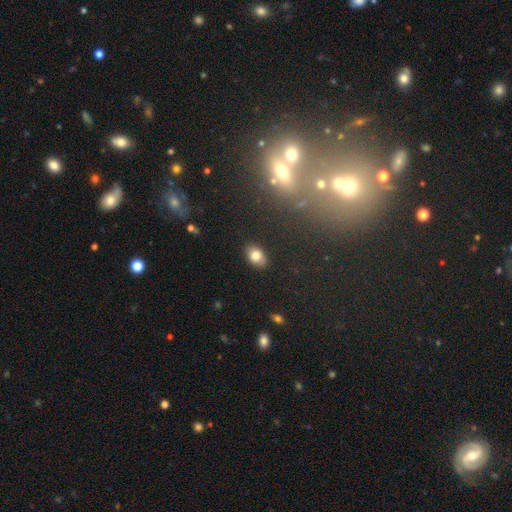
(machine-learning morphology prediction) Smooth or featured? Predicted: smooth (p=0.80). How rounded? Predicted: in between (p=0.82). Merging? Predicted: none (p=0.85).